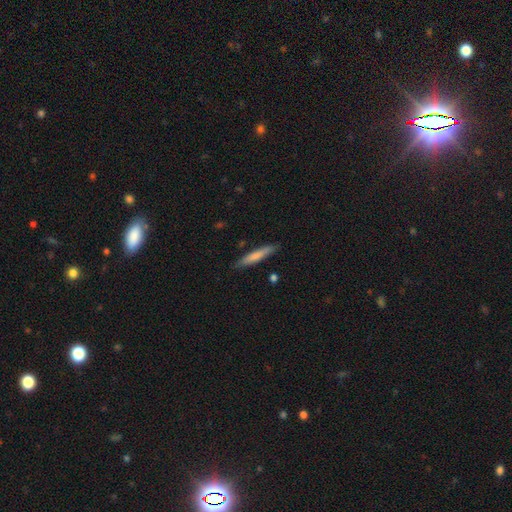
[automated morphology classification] Q: Smooth or featured?
A: smooth (74%); runner-up: featured or disk (21%)
Q: How rounded?
A: cigar-shaped (92%); runner-up: in between (7%)
Q: Merging?
A: none (86%); runner-up: minor disturbance (11%)